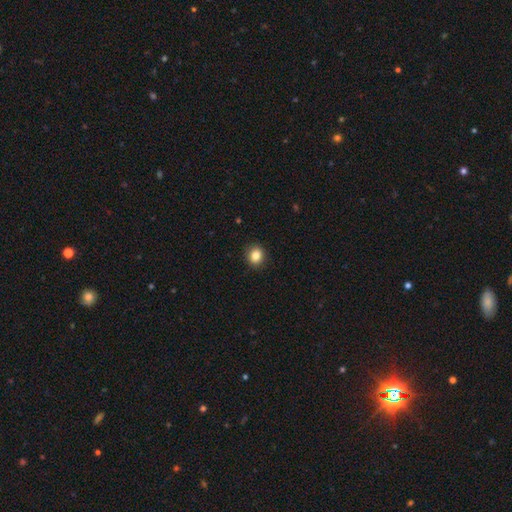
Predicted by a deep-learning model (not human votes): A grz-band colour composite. It shows a smooth galaxy with no disk features (85%) that is round (72%). Merging: none (91%).